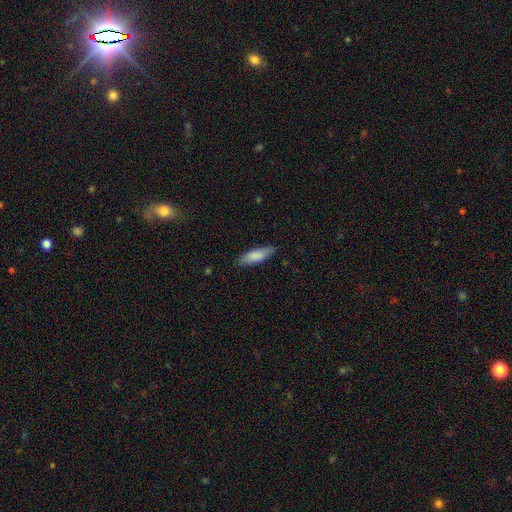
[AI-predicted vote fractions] Smooth or featured? smooth (84%)
How rounded? cigar-shaped (51%)
Merging? none (83%)